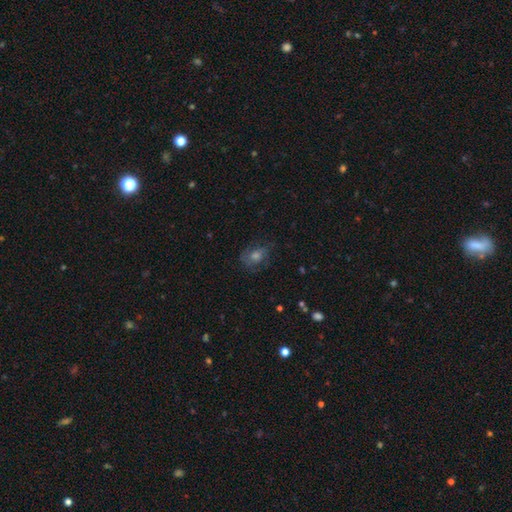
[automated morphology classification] Smooth or featured: smooth — 38% (tied with featured or disk — 38%)
Merging: none — 71% (minor disturbance — 18%)